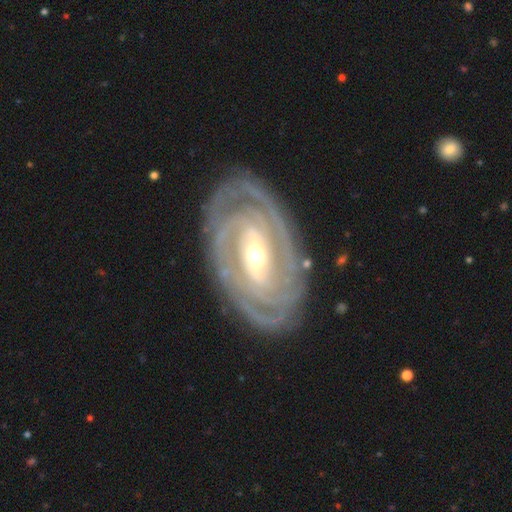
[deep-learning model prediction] featured or disk 90%, smooth 6%, star or artifact 4%. Down the decision tree: edge-on disk — no (95%); bar — strong (42%); spiral arms — yes (97%); spiral arm count — 2 (30%); spiral winding — tight (81%); bulge size — moderate (53%); merging — none (83%).